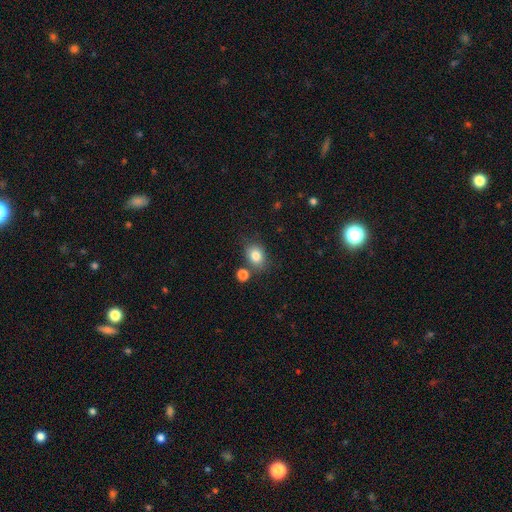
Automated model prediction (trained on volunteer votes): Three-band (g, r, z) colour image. It shows a smooth galaxy with no disk features (82%) that is in between round and cigar-shaped (53%). Merging: none (71%).